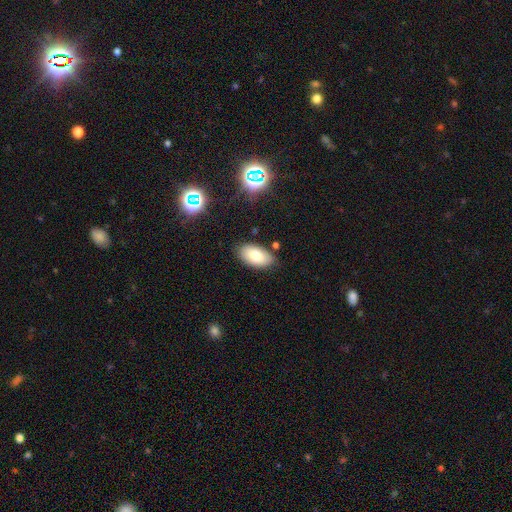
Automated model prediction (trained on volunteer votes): This appears to be a smooth galaxy with no disk features (77%) that is in between round and cigar-shaped (94%). Merging: none (82%).